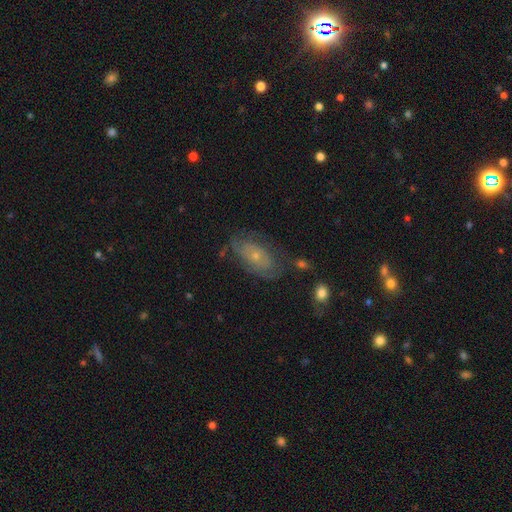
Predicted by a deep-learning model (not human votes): A featured or disk galaxy (57%) with no bar (84%), spiral arms (65%) and a small central bulge (72%).

Vote fractions:
- Smooth or featured? featured or disk: 57% / smooth: 33% / star or artifact: 10%
- Edge-on disk? no: 93% / yes: 7%
- Bar? no: 84% / weak: 14% / strong: 3%
- Spiral arms? yes: 65% / no: 35%
- Bulge size? small: 72% / moderate: 23% / none: 2% / large: 2% / dominant: 1%
- Merging? none: 59% / minor disturbance: 24% / major disturbance: 13% / merger: 4%